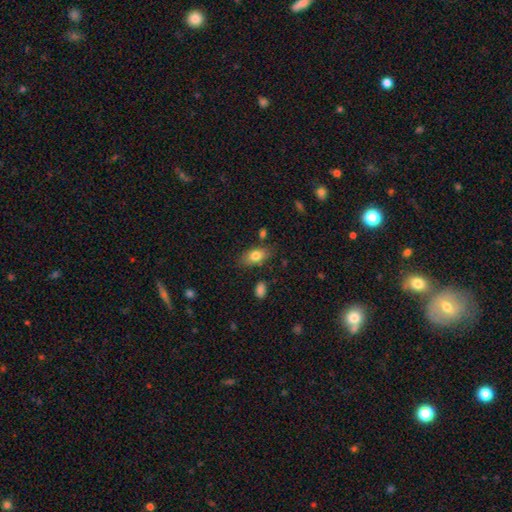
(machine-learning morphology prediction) Q: Smooth or featured?
A: smooth (80%); runner-up: featured or disk (13%)
Q: How rounded?
A: in between (88%); runner-up: round (7%)
Q: Merging?
A: none (77%); runner-up: minor disturbance (15%)